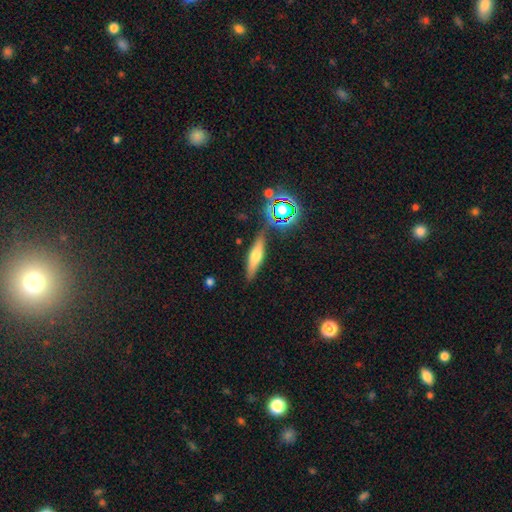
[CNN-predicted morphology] Smooth or featured: smooth — 47% (featured or disk — 41%)
Merging: none — 80% (minor disturbance — 11%)